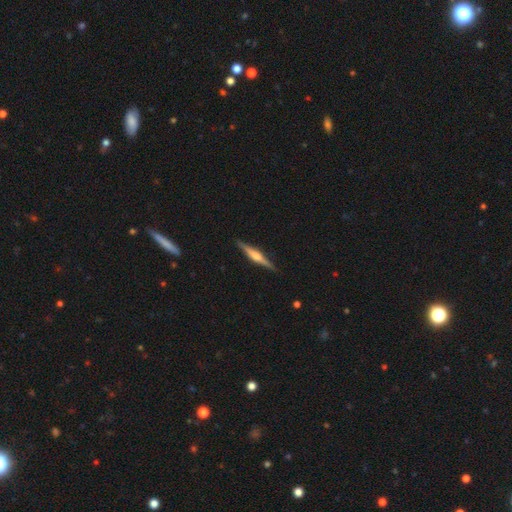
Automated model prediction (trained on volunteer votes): The model was most divided on "smooth or featured": featured or disk: 75%, smooth: 19%, star or artifact: 5%. More confident: edge-on disk — yes (98%); merging — none (91%); edge-on bulge — rounded (80%).